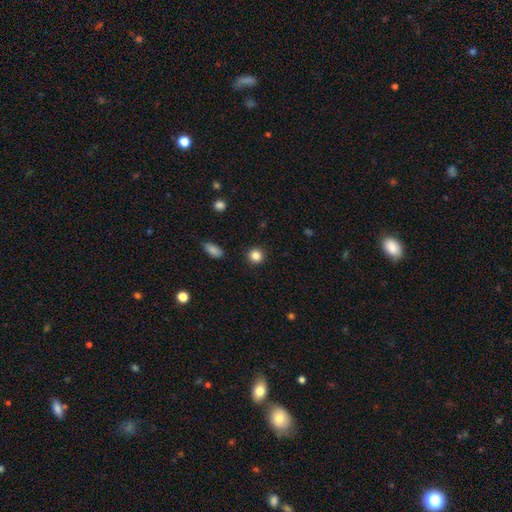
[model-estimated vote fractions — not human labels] Smooth or featured?
  - smooth: 85% *
  - star or artifact: 11%
  - featured or disk: 4%
How rounded?
  - round: 91% *
  - in between: 8%
  - cigar-shaped: 1%
Merging?
  - none: 92% *
  - minor disturbance: 5%
  - major disturbance: 2%
  - merger: 1%